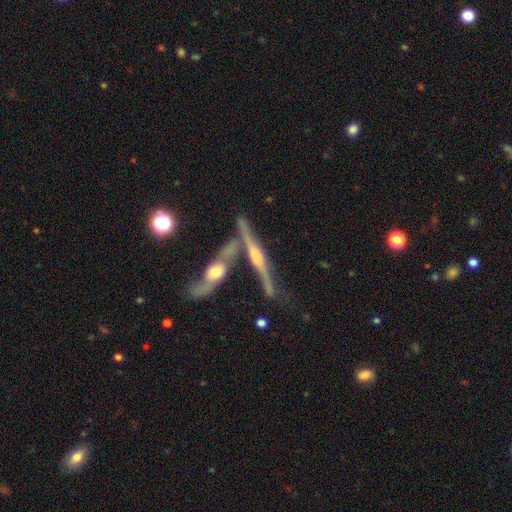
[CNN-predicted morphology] smooth-or-featured: featured or disk: 83% | smooth: 11% | star or artifact: 7%
  disk-edge-on: yes: 94% | no: 6%
    edge-on-bulge: rounded: 83% | boxy: 9% | none: 8%
  merging: none: 54% | merger: 29% | minor disturbance: 12% | major disturbance: 5%